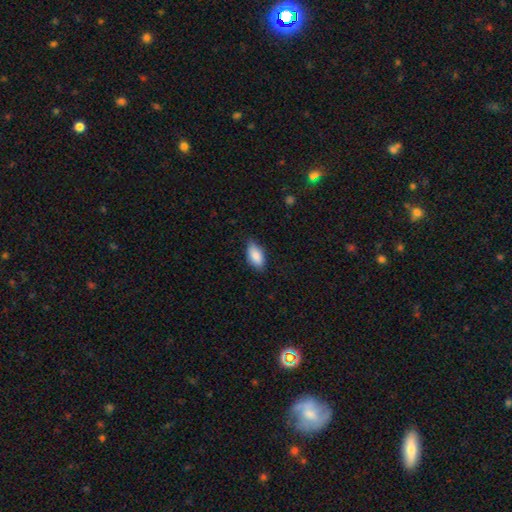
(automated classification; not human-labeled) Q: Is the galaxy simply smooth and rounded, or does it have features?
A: smooth — 86%.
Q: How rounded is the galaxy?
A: in between — 91%.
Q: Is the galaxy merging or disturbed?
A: none — 78%.